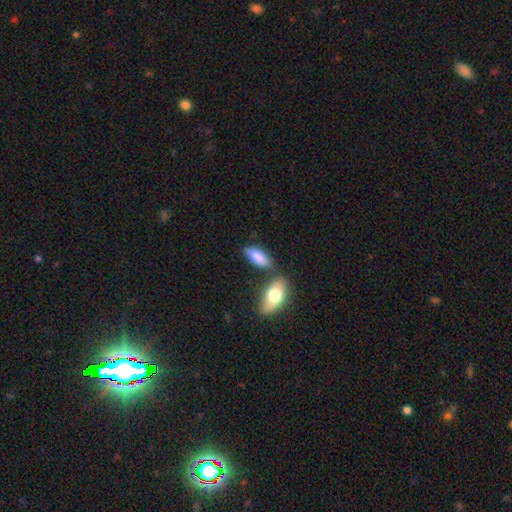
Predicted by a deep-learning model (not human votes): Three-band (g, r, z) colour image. It shows a smooth galaxy with no disk features (81%) that is in between round and cigar-shaped (80%). Merging: none (60%).